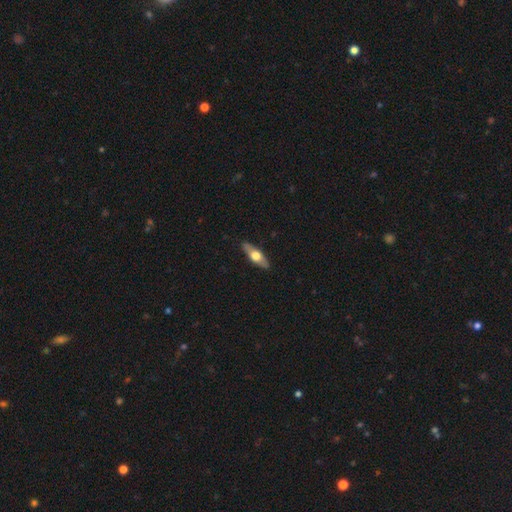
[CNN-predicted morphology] This is possibly a featured or disk galaxy (50%). It is clearly viewed edge-on (85%). Merging: clearly none (88%).